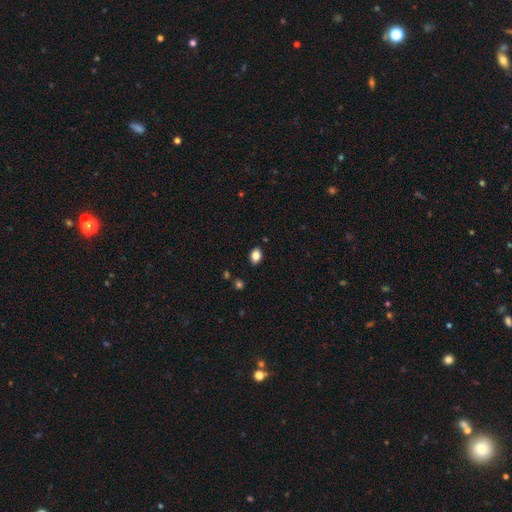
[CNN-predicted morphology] type=smooth (85%); roundness=in between (79%); merging=none (87%).